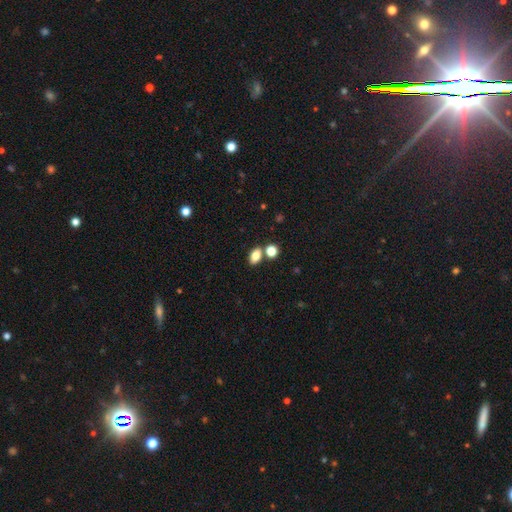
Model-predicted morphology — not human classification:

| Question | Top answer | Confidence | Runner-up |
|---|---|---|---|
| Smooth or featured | smooth | 82% | star or artifact (10%) |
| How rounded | in between | 84% | round (14%) |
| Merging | none | 67% | merger (20%) |